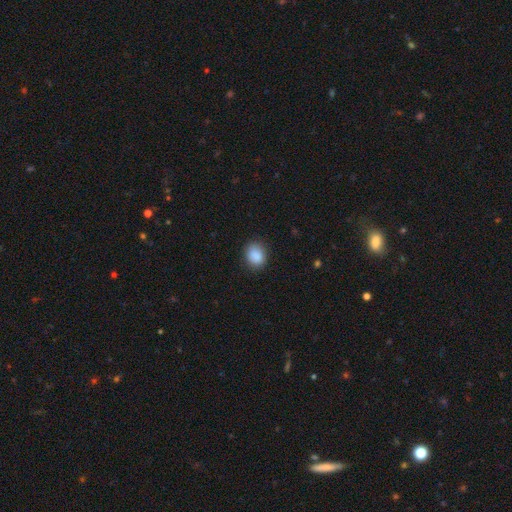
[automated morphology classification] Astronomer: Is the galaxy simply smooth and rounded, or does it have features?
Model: smooth — 88%.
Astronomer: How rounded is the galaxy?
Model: round — 60% (runner-up: in between, 39%).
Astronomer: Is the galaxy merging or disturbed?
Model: none — 83%.